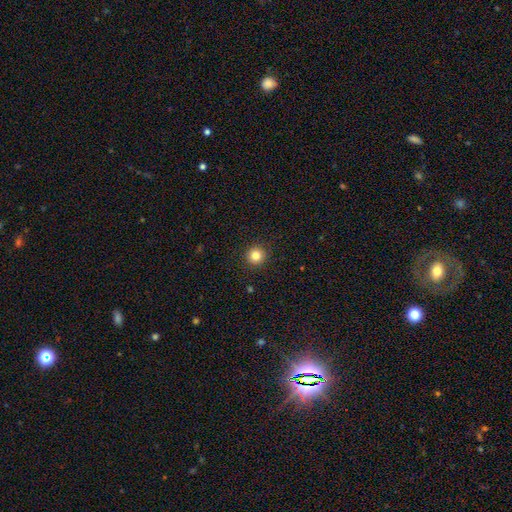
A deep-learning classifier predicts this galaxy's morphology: smooth_or_featured: smooth (p=0.83) [alt: star or artifact p=0.12]
how_rounded: round (p=0.95) [alt: in between p=0.04]
merging: none (p=0.93) [alt: minor disturbance p=0.05]